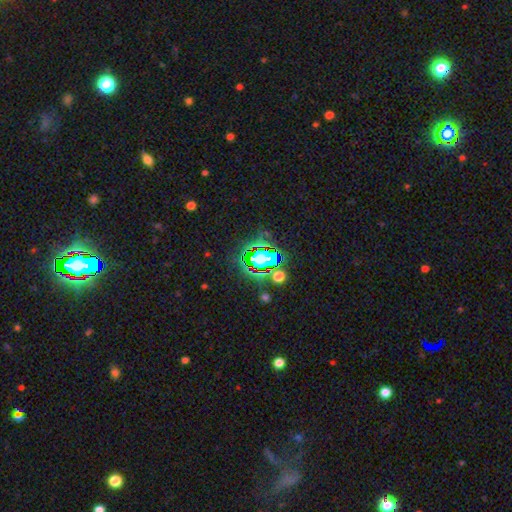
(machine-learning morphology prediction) Smooth or featured: star or artifact — 76% (smooth — 15%)